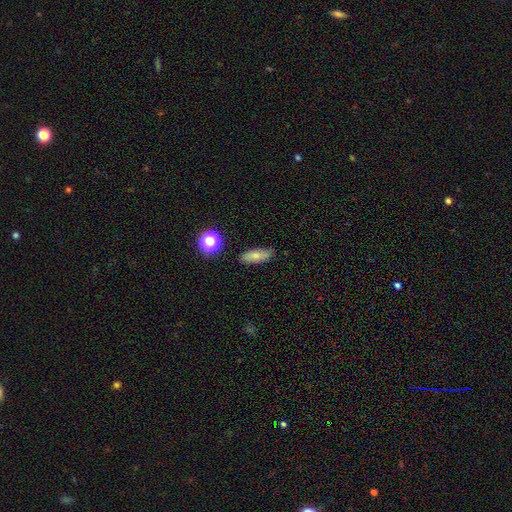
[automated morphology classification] This is likely a smooth galaxy (77%). How rounded: likely in between (66%). Merging: clearly none (82%).